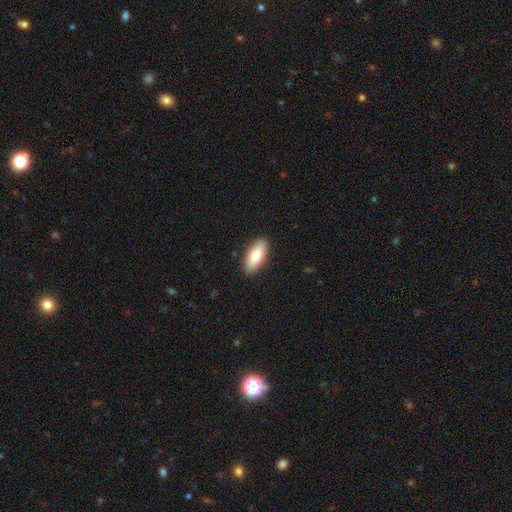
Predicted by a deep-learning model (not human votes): The model was most divided on "smooth or featured": smooth: 79%, featured or disk: 15%, star or artifact: 6%. More confident: merging — none (89%); how rounded — in between (81%).